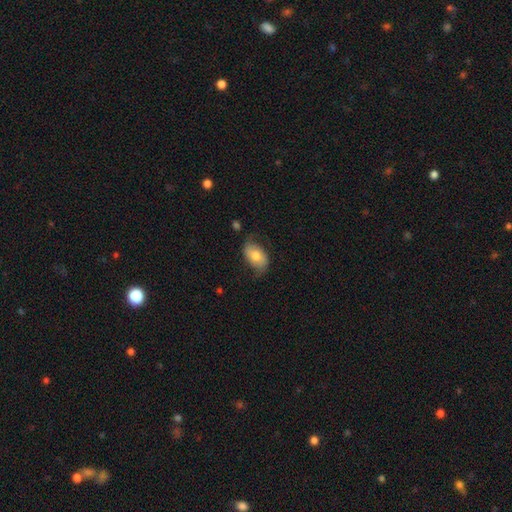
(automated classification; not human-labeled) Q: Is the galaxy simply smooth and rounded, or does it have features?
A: smooth — 63%.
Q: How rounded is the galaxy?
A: in between — 90%.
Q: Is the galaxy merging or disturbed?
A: none — 61%.